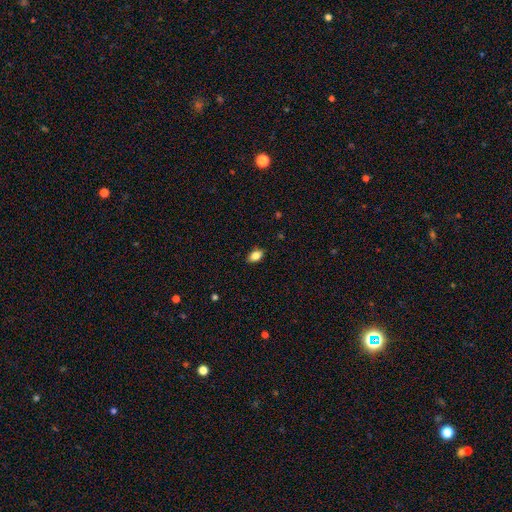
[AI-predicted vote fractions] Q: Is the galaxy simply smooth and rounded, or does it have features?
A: smooth — 84%.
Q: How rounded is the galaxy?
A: in between — 87%.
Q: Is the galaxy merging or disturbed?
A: none — 87%.